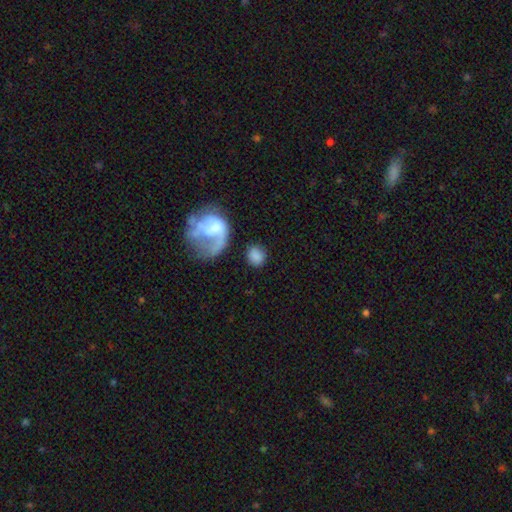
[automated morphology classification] Overall: smooth (78%). How rounded: round (64%; in between 34%). Merging: none (65%).